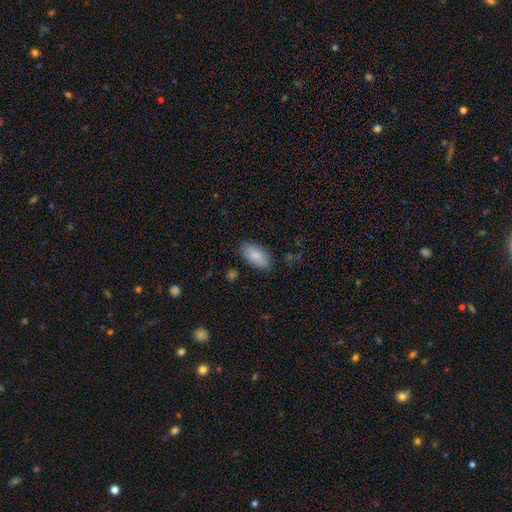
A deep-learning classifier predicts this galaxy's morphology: A smooth galaxy with no disk features (85%) that is in between round and cigar-shaped (91%). Merging: none (83%).